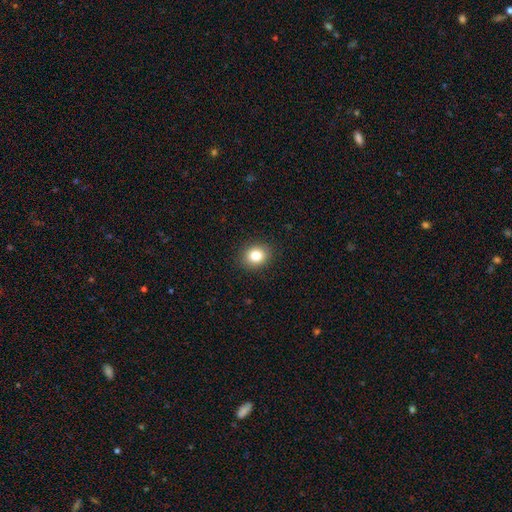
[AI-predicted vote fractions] smooth-or-featured: smooth: 82% | star or artifact: 11% | featured or disk: 7%
  how-rounded: round: 67% | in between: 33% | cigar-shaped: 1%
  merging: none: 90% | minor disturbance: 7% | major disturbance: 2% | merger: 1%